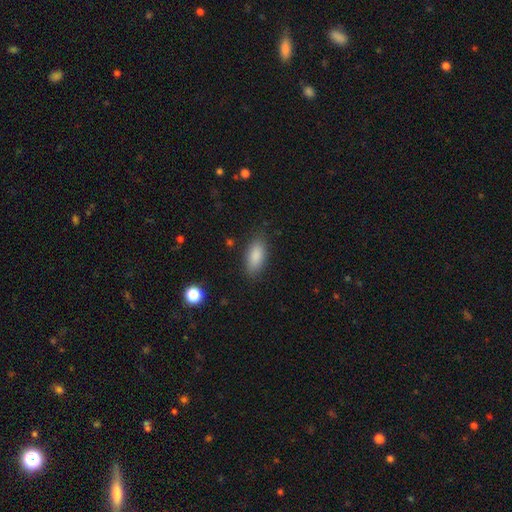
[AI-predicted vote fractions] Smooth or featured? smooth (87%)
How rounded? in between (88%)
Merging? none (84%)